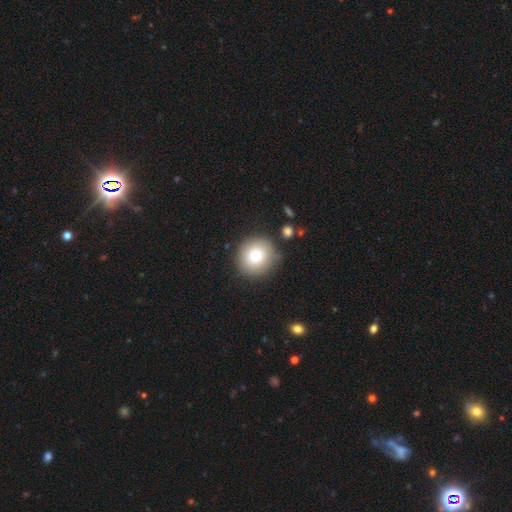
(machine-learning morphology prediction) This appears to be a smooth galaxy with no disk features (78%) that is round (91%). Merging: none (84%).